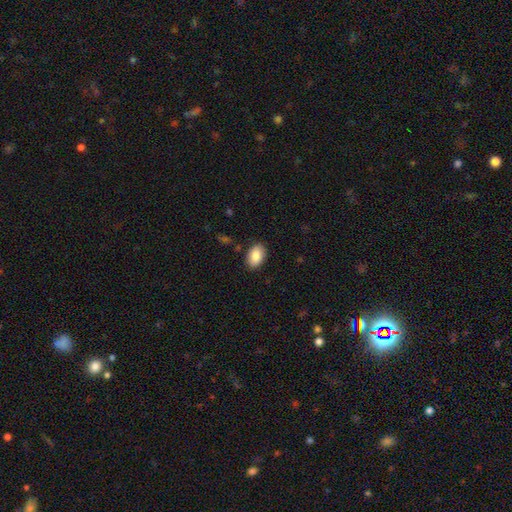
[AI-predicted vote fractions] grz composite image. It shows a smooth galaxy with no disk features (88%) that is in between round and cigar-shaped (89%). Merging: none (88%).